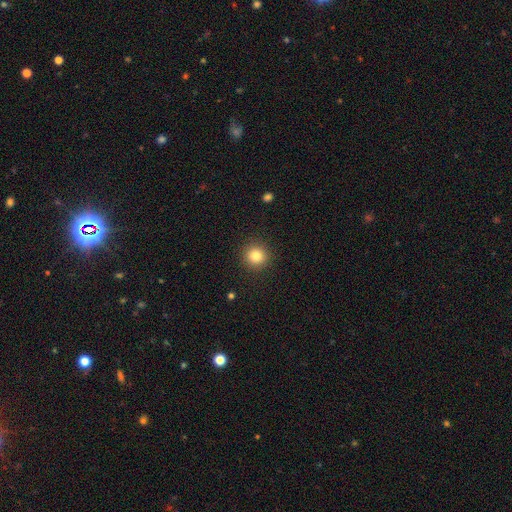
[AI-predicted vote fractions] Smooth or featured?
  - smooth: 83% *
  - star or artifact: 12%
  - featured or disk: 6%
How rounded?
  - round: 95% *
  - in between: 4%
  - cigar-shaped: 1%
Merging?
  - none: 92% *
  - minor disturbance: 5%
  - major disturbance: 2%
  - merger: 1%